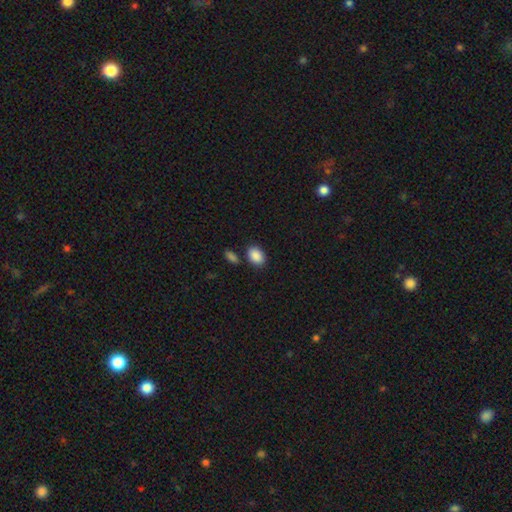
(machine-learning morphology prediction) Q: Smooth or featured?
A: smooth (89%); runner-up: star or artifact (8%)
Q: How rounded?
A: in between (80%); runner-up: round (19%)
Q: Merging?
A: none (78%); runner-up: minor disturbance (11%)